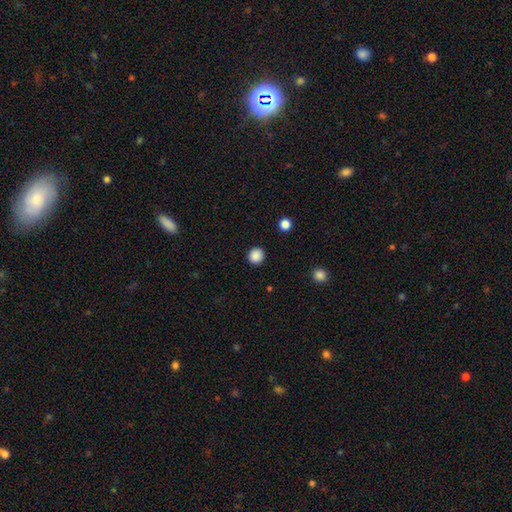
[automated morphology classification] type=smooth (88%); roundness=round (94%); merging=none (93%).